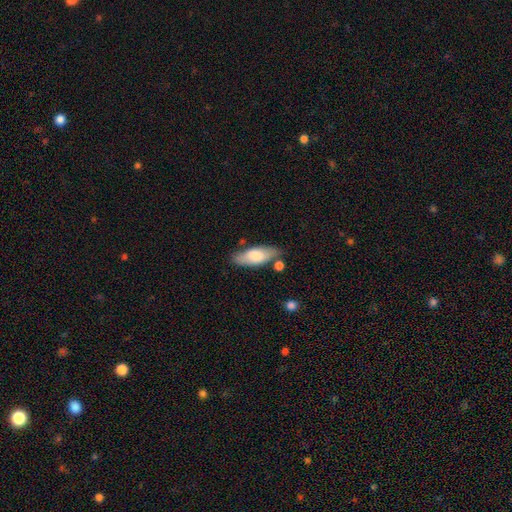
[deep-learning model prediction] smooth-or-featured: smooth: 73% | featured or disk: 22% | star or artifact: 6%
  how-rounded: in between: 73% | cigar-shaped: 25% | round: 2%
  merging: none: 73% | minor disturbance: 16% | merger: 8% | major disturbance: 4%